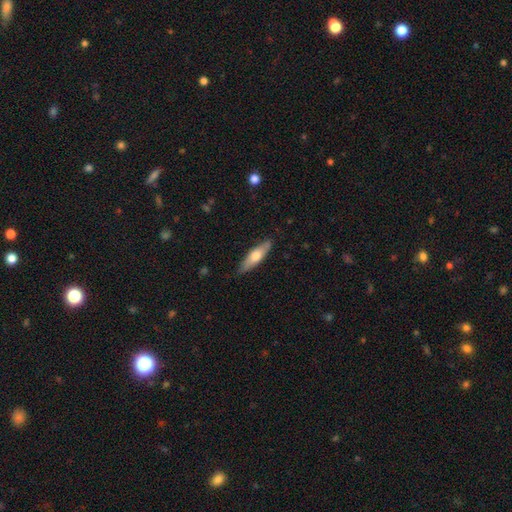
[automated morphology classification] A smooth galaxy with no disk features (59%) that is cigar-shaped (61%).

Vote fractions:
- Smooth or featured? smooth: 59% / featured or disk: 36% / star or artifact: 5%
- How rounded? cigar-shaped: 61% / in between: 37% / round: 2%
- Merging? none: 85% / minor disturbance: 12% / major disturbance: 2% / merger: 1%